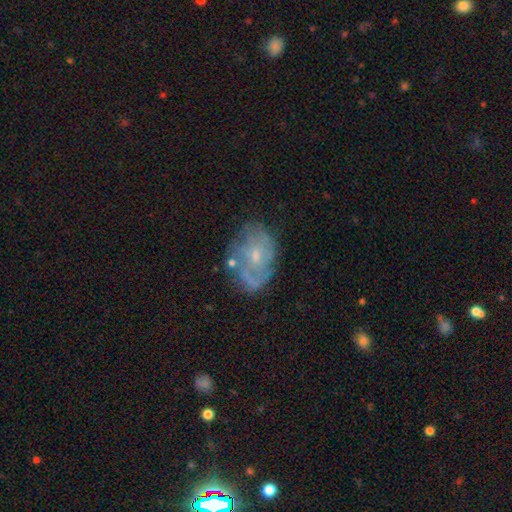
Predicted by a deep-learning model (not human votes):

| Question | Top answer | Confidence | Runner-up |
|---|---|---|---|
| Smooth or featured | featured or disk | 67% | smooth (25%) |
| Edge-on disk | no | 97% | yes (3%) |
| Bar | no | 69% | weak (27%) |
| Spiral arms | yes | 68% | no (32%) |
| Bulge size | small | 64% | moderate (29%) |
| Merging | none | 57% | minor disturbance (24%) |